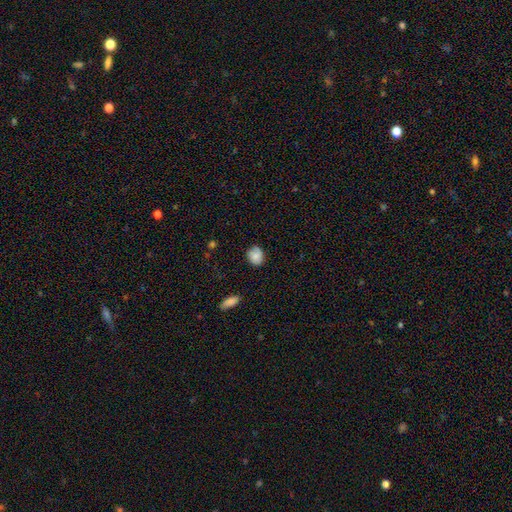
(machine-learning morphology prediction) Smooth or featured? Predicted: smooth (p=0.82). How rounded? Predicted: round (p=0.56). Merging? Predicted: none (p=0.78).